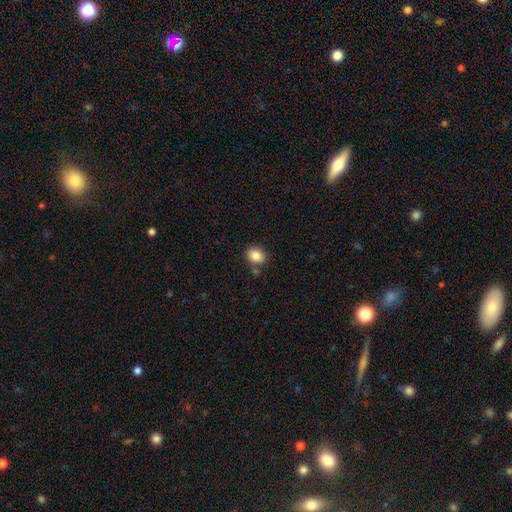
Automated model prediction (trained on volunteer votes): The model was most divided on "how rounded": round: 60%, in between: 39%, cigar-shaped: 1%. More confident: smooth or featured — smooth (85%); merging — none (81%).